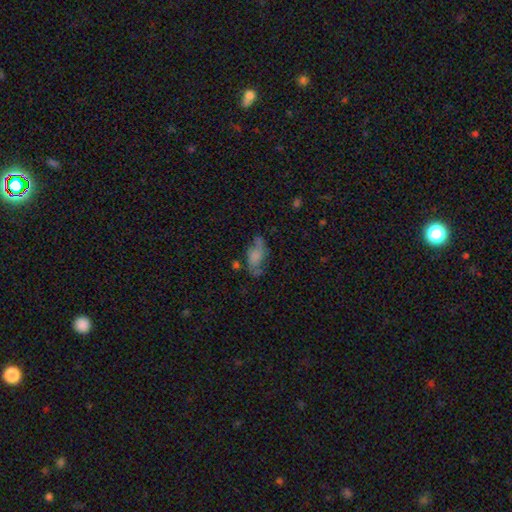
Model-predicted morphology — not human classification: Q: Smooth or featured?
A: smooth (48%); runner-up: featured or disk (40%)
Q: Merging?
A: none (50%); runner-up: minor disturbance (25%)